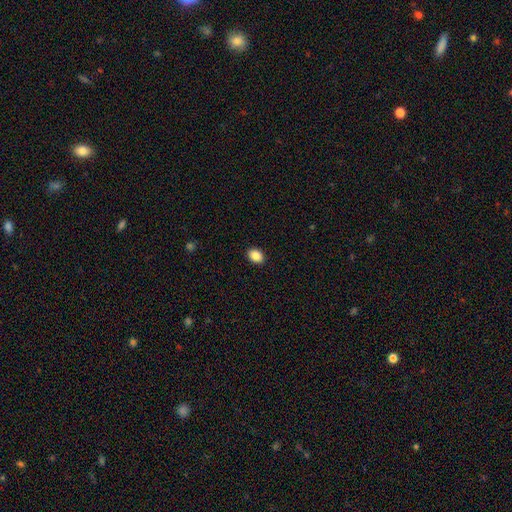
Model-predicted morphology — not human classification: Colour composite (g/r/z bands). It shows a smooth galaxy with no disk features (88%) that is in between round and cigar-shaped (71%). Merging: none (91%).